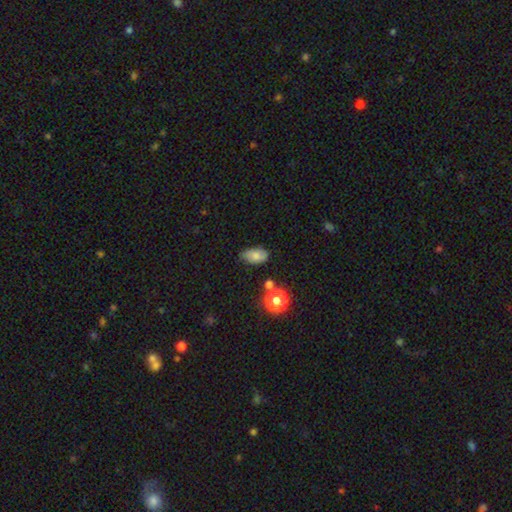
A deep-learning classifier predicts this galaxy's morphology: Smooth or featured? Predicted: smooth (p=0.77). How rounded? Predicted: in between (p=0.88). Merging? Predicted: none (p=0.66).